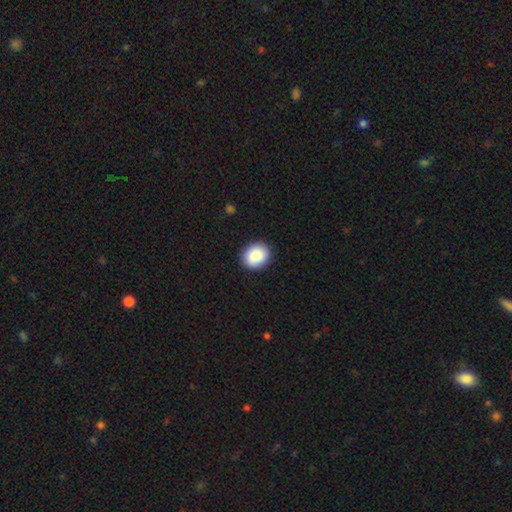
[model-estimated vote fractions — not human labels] Smooth or featured? smooth (89%)
How rounded? round (63%)
Merging? none (91%)